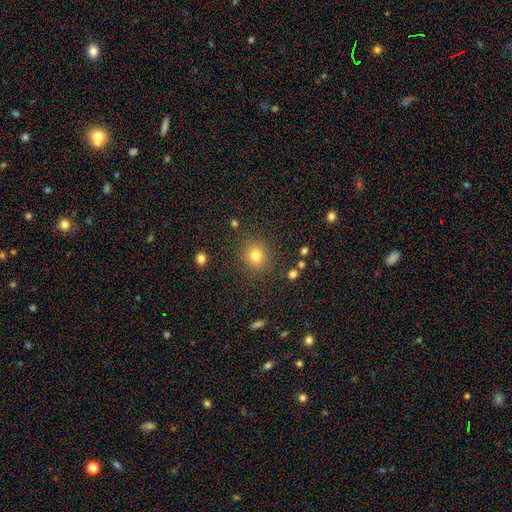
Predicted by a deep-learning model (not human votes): smooth 79%, star or artifact 14%, featured or disk 7%. Down the decision tree: how rounded — round (84%); merging — none (88%).